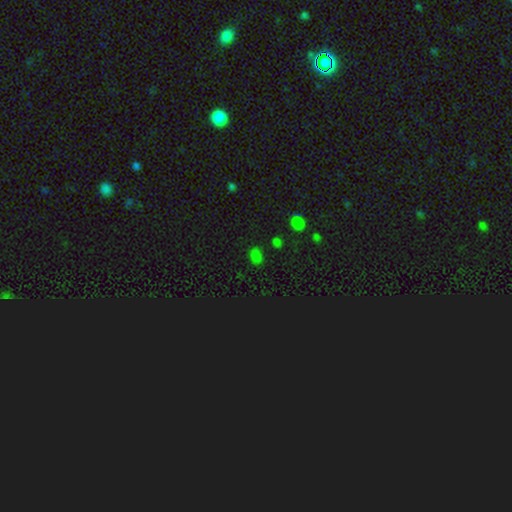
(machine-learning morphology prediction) Overall: smooth (66%; star or artifact 29%). How rounded: in between (70%). Merging: none (78%).